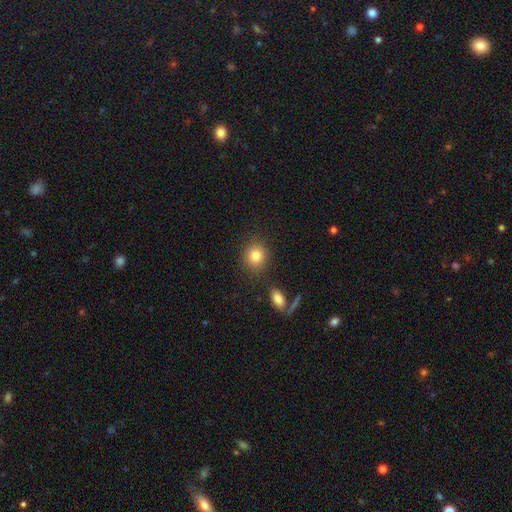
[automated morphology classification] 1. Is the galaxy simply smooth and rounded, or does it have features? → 83% smooth, 10% star or artifact, 7% featured or disk.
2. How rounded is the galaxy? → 82% round, 16% in between, 1% cigar-shaped.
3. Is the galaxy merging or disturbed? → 84% none, 9% minor disturbance, 4% merger, 3% major disturbance.